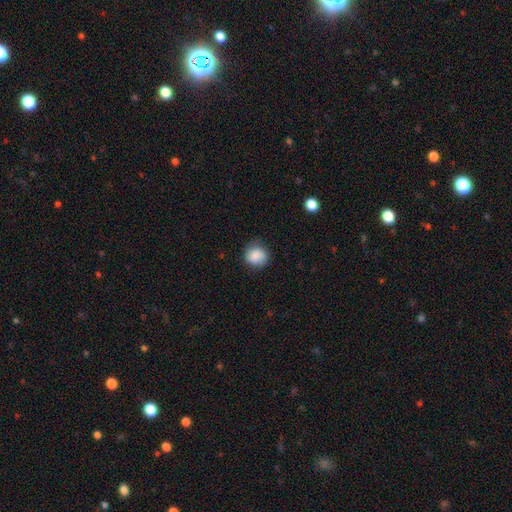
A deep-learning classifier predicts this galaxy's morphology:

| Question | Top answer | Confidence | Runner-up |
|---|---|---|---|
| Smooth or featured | smooth | 83% | featured or disk (9%) |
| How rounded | round | 84% | in between (15%) |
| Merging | none | 76% | minor disturbance (19%) |